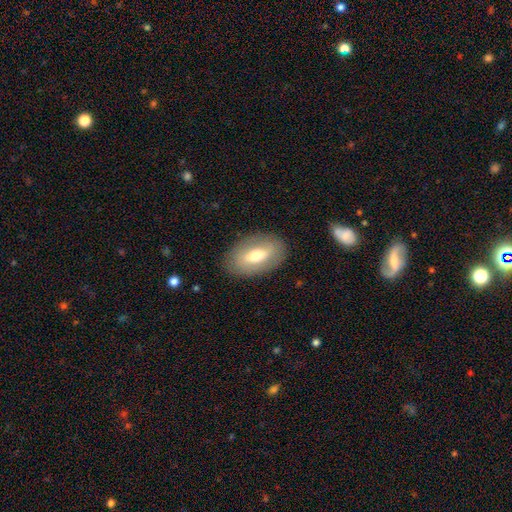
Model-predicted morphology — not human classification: This is possibly a smooth galaxy (56%). How rounded: clearly in between (89%). Merging: clearly none (85%).